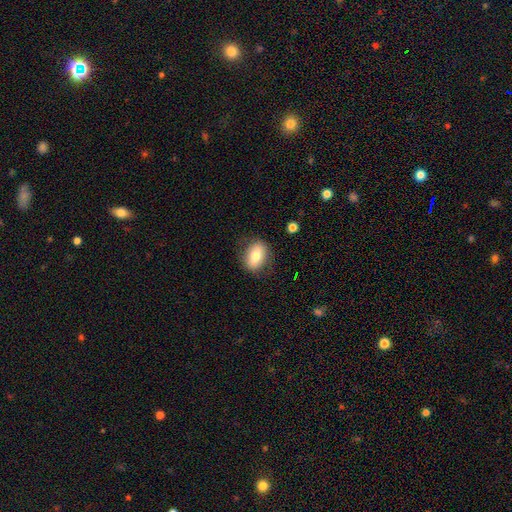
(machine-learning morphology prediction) A smooth galaxy with no disk features (73%) that is in between round and cigar-shaped (75%). Merging: none (81%).